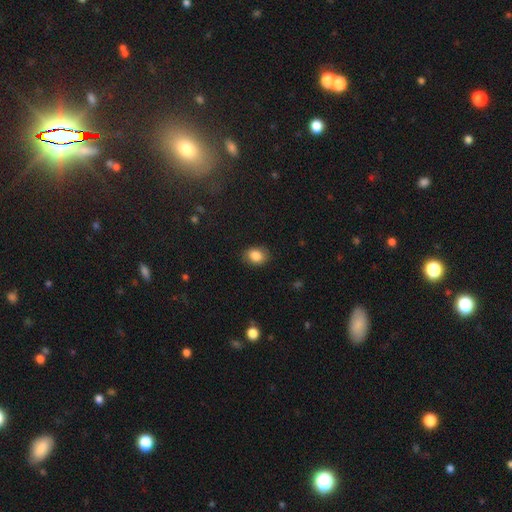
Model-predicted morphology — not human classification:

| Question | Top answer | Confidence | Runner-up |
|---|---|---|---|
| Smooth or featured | smooth | 85% | star or artifact (9%) |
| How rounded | in between | 55% | round (44%) |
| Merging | none | 84% | minor disturbance (12%) |